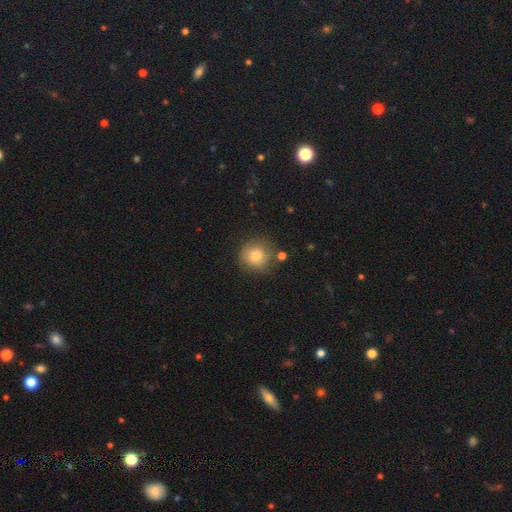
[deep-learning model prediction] Smooth or featured: smooth — 79% (featured or disk — 12%)
How rounded: round — 90% (in between — 9%)
Merging: none — 76% (minor disturbance — 15%)